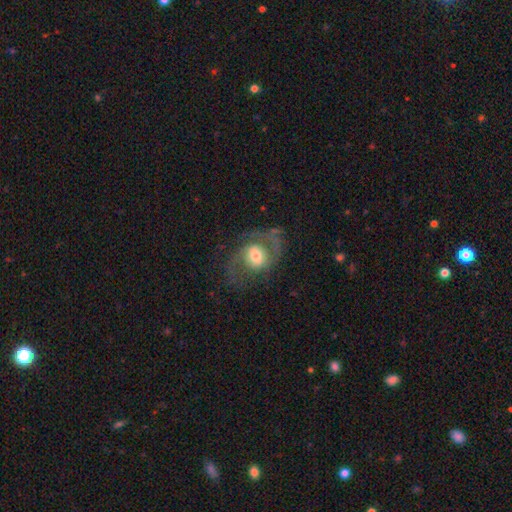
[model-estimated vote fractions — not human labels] Smooth or featured: featured or disk — 75% (smooth — 18%)
Edge-on disk: no — 97% (yes — 3%)
Bar: no — 57% (weak — 34%)
Spiral arms: yes — 89% (no — 11%)
Spiral winding: medium — 50% (loose — 34%)
Spiral arm count: 2 — 83% (can't tell — 6%)
Bulge size: moderate — 61% (large — 22%)
Merging: none — 58% (major disturbance — 22%)